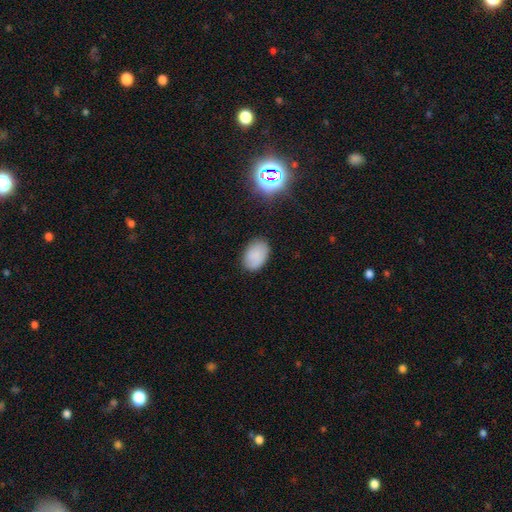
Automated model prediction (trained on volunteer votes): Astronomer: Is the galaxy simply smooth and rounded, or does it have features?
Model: smooth — 84%.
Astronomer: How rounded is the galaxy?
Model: in between — 86%.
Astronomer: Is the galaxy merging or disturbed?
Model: none — 84%.